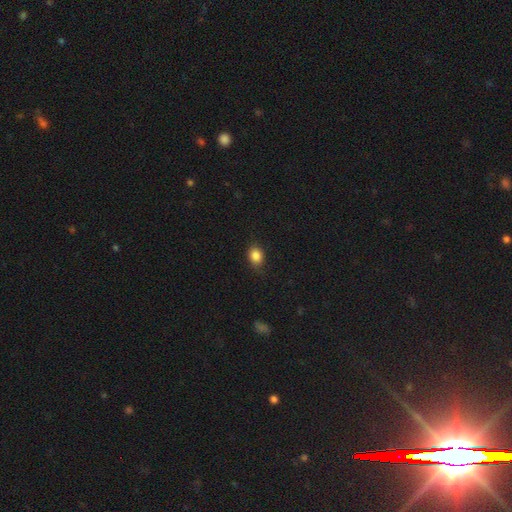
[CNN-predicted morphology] This appears to be a smooth galaxy with no disk features (85%) that is in between round and cigar-shaped (54%). Merging: none (80%).